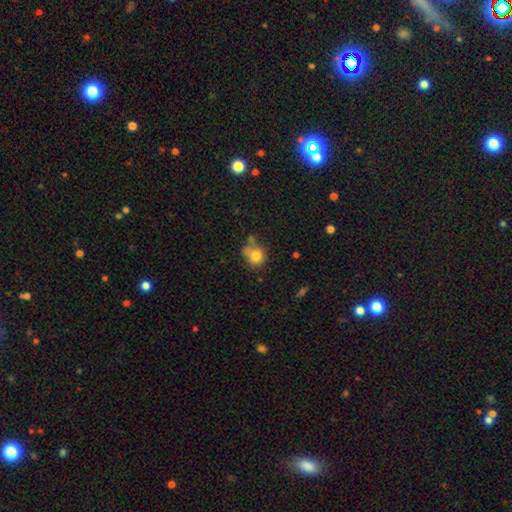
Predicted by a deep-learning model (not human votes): The model was most divided on "merging": none: 52%, merger: 21%, minor disturbance: 19%, major disturbance: 8%. More confident: how rounded — round (82%); smooth or featured — smooth (78%).